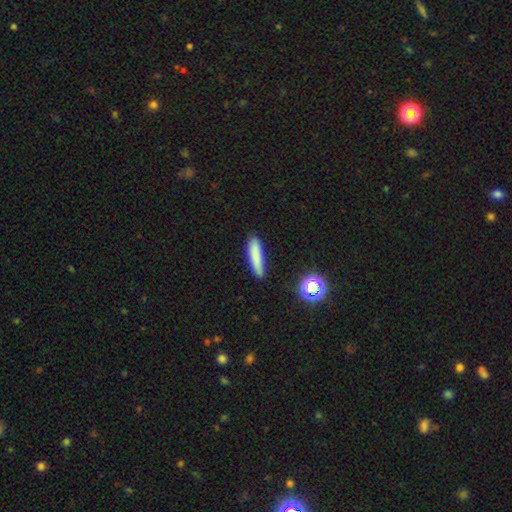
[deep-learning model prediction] A smooth galaxy with no disk features (81%) that is cigar-shaped (82%).

Vote fractions:
- Smooth or featured? smooth: 81% / featured or disk: 10% / star or artifact: 9%
- How rounded? cigar-shaped: 82% / in between: 16% / round: 2%
- Merging? none: 81% / minor disturbance: 14% / major disturbance: 3% / merger: 2%